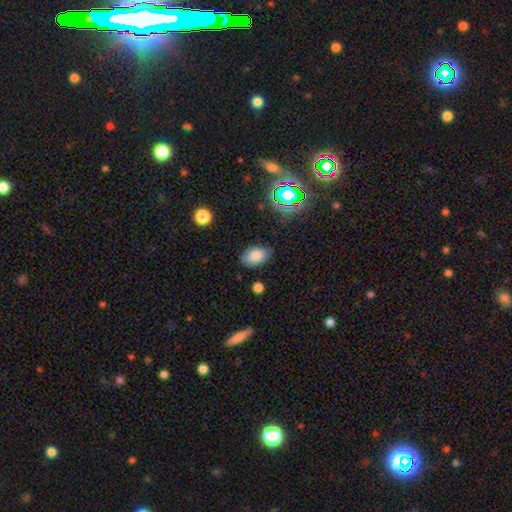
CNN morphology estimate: Overall: smooth (81%). How rounded: in between (91%). Merging: none (79%).